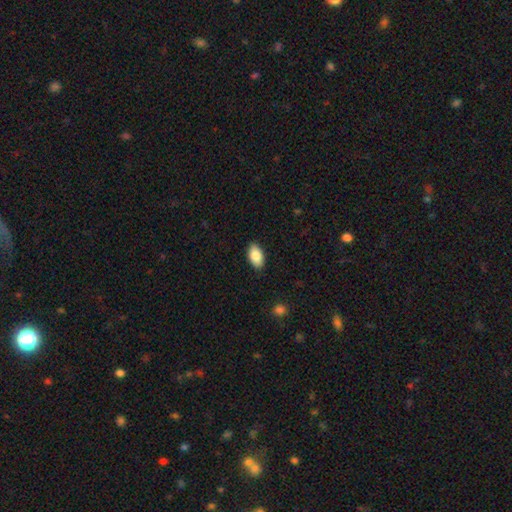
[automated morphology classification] smooth_or_featured: smooth (p=0.85) [alt: featured or disk p=0.08]
how_rounded: in between (p=0.94) [alt: round p=0.04]
merging: none (p=0.88) [alt: minor disturbance p=0.09]